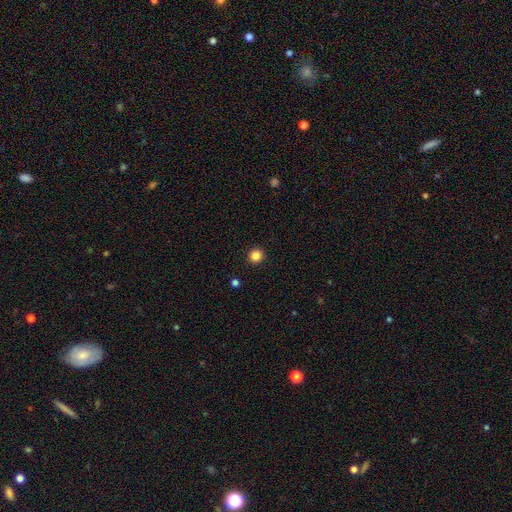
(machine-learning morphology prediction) Smooth or featured? Predicted: smooth (p=0.85). How rounded? Predicted: round (p=0.94). Merging? Predicted: none (p=0.93).